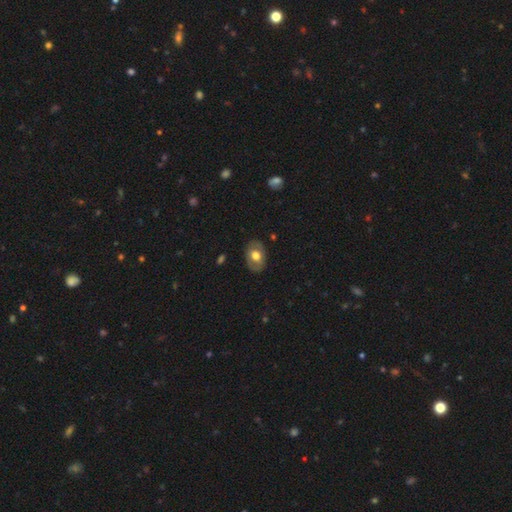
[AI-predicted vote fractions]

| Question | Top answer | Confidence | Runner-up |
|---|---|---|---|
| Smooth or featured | smooth | 58% | featured or disk (36%) |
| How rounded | in between | 79% | round (20%) |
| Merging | none | 83% | minor disturbance (13%) |